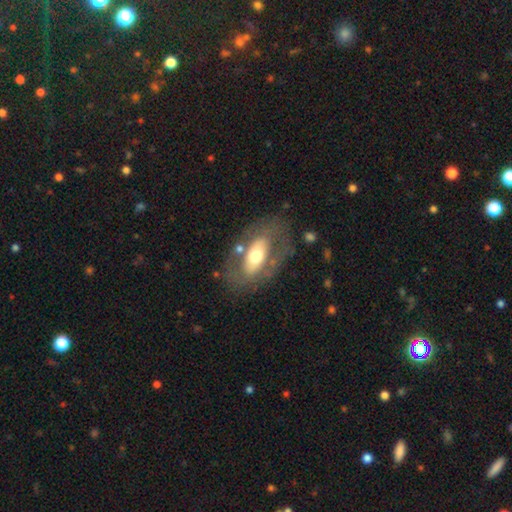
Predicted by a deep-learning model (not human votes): Q: Smooth or featured?
A: featured or disk (52%); runner-up: smooth (41%)
Q: Edge-on disk?
A: no (86%); runner-up: yes (14%)
Q: Merging?
A: none (68%); runner-up: minor disturbance (16%)